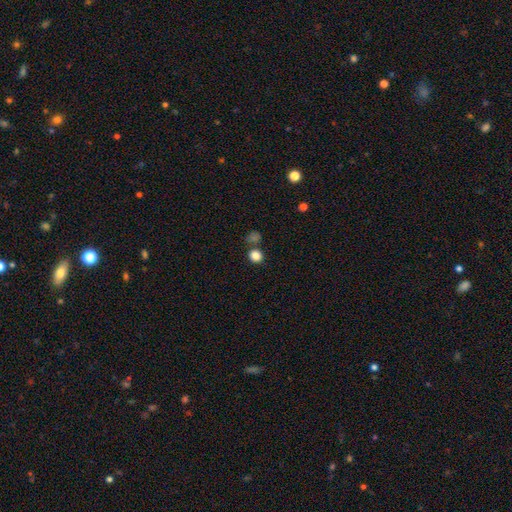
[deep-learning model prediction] Overall: smooth (83%). How rounded: round (77%). Merging: none (71%).